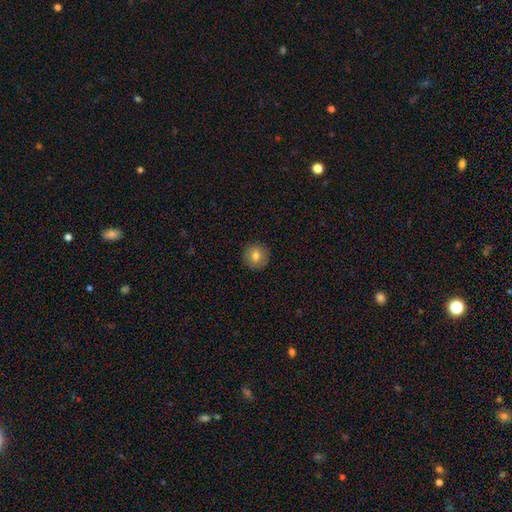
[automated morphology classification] Smooth or featured: smooth — 78% (featured or disk — 13%)
How rounded: round — 94% (in between — 5%)
Merging: none — 91% (minor disturbance — 6%)